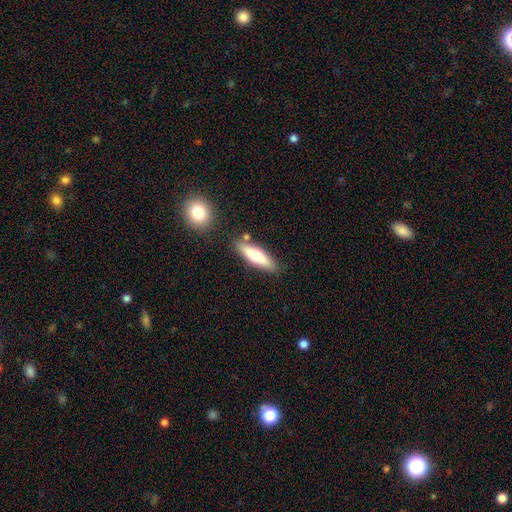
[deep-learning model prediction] Smooth or featured?
  - smooth: 61% *
  - featured or disk: 33%
  - star or artifact: 6%
How rounded?
  - cigar-shaped: 65% *
  - in between: 33%
  - round: 2%
Merging?
  - none: 80% *
  - minor disturbance: 12%
  - merger: 6%
  - major disturbance: 3%